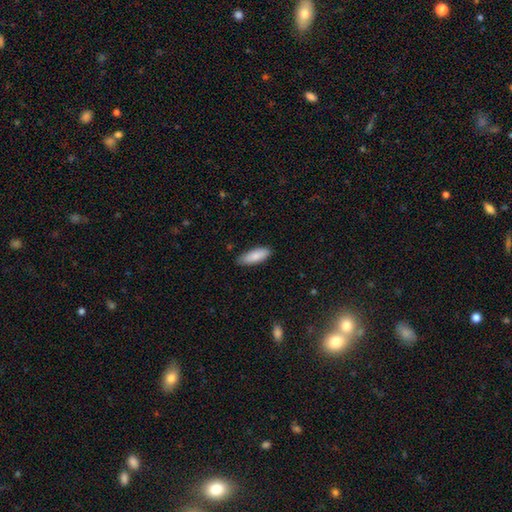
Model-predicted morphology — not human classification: Smooth or featured?
  - smooth: 86% *
  - featured or disk: 9%
  - star or artifact: 6%
How rounded?
  - in between: 70% *
  - cigar-shaped: 29%
  - round: 2%
Merging?
  - none: 84% *
  - minor disturbance: 13%
  - major disturbance: 2%
  - merger: 1%